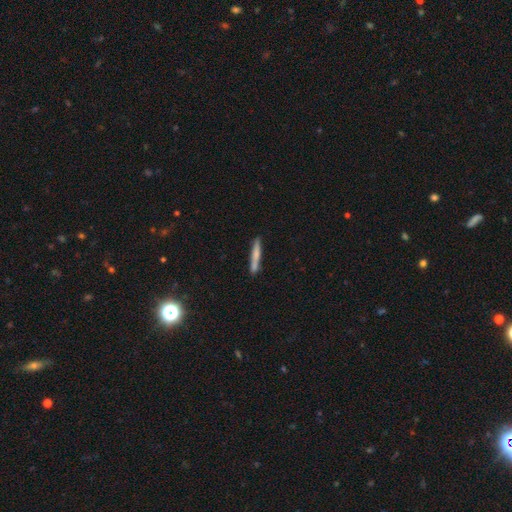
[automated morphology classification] Smooth or featured?
  - smooth: 67% *
  - featured or disk: 27%
  - star or artifact: 6%
How rounded?
  - cigar-shaped: 94% *
  - in between: 4%
  - round: 1%
Merging?
  - none: 80% *
  - minor disturbance: 12%
  - merger: 6%
  - major disturbance: 2%